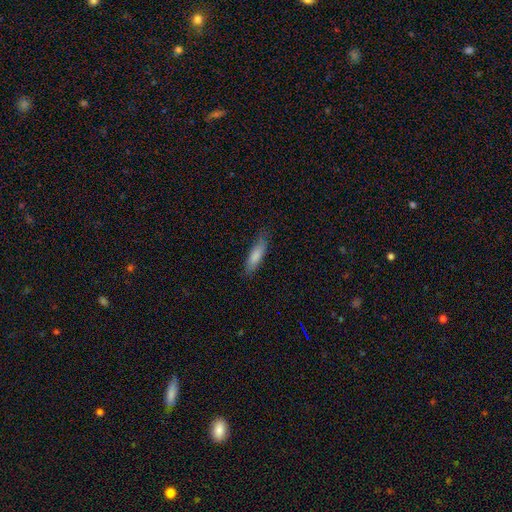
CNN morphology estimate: This appears to be a smooth galaxy with no disk features (82%) that is cigar-shaped (52%). Merging: none (71%).